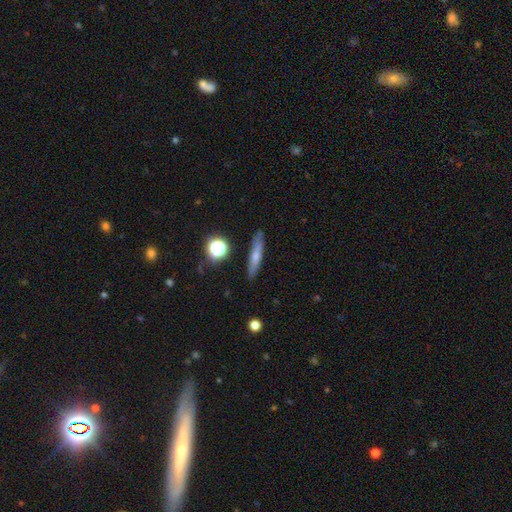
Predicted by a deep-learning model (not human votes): A smooth galaxy with no disk features (58%) that is cigar-shaped (83%). Merging: none (85%).